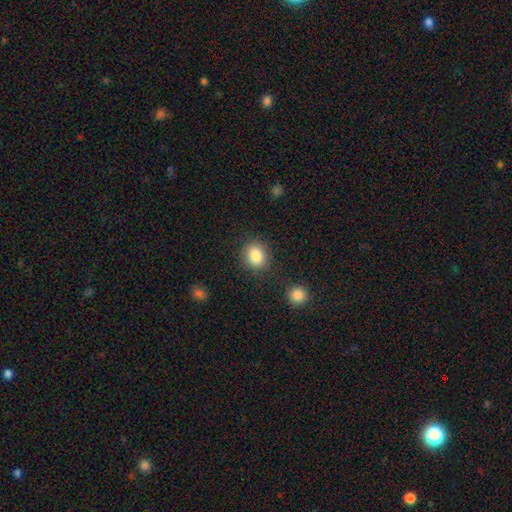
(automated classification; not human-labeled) smooth_or_featured: smooth (p=0.85) [alt: star or artifact p=0.09]
how_rounded: round (p=0.67) [alt: in between p=0.32]
merging: none (p=0.83) [alt: minor disturbance p=0.10]